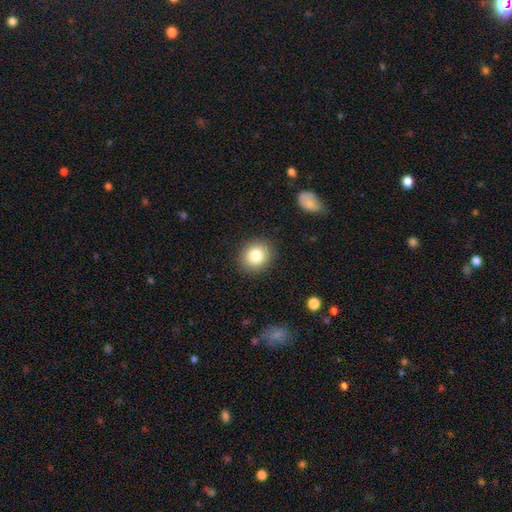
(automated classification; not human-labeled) Morphology: type=smooth (82%); roundness=round (75%); merging=none (89%).